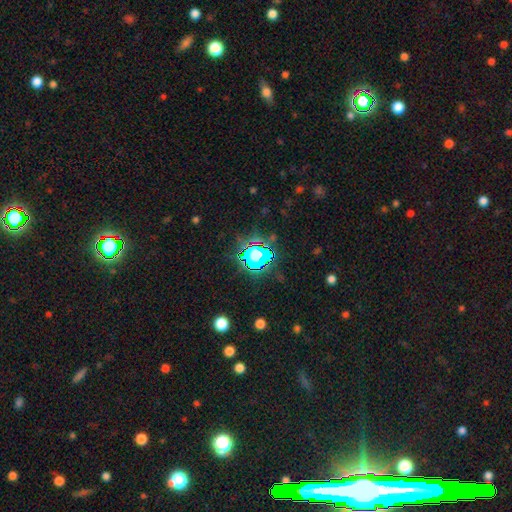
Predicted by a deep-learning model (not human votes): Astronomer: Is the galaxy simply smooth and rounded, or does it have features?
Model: star or artifact — 78%.